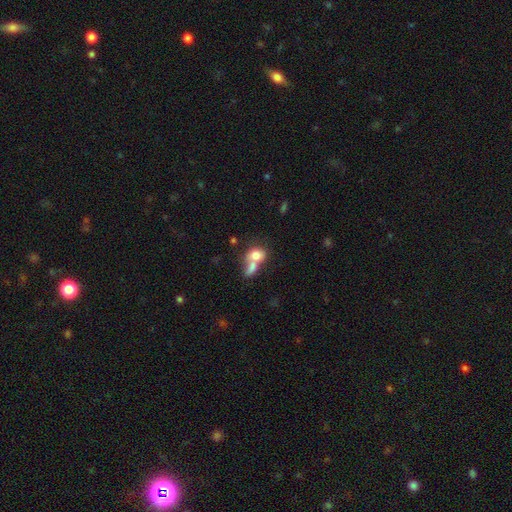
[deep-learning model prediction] This appears to be a smooth galaxy with no disk features (74%) that is in between round and cigar-shaped (59%). Merging: merger (67%).